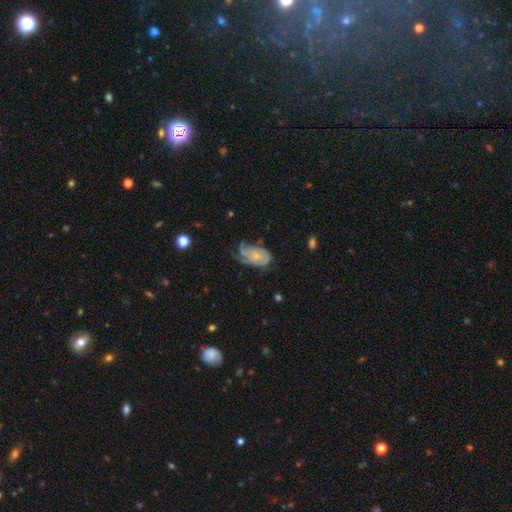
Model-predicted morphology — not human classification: Smooth or featured? Predicted: featured or disk (p=0.66). Edge-on disk? Predicted: no (p=0.97). Bar? Predicted: no (p=0.79). Spiral arms? Predicted: yes (p=0.83). Spiral winding? Predicted: tight (p=0.47). Spiral arm count? Predicted: can't tell (p=0.37). Bulge size? Predicted: small (p=0.66). Merging? Predicted: none (p=0.37).